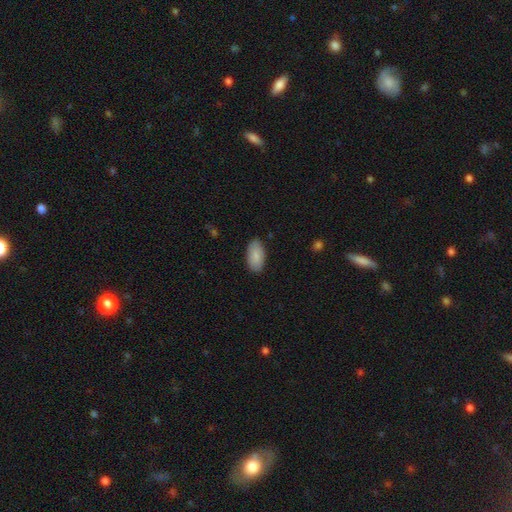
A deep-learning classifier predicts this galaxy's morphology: Overall: smooth (85%). How rounded: in between (95%). Merging: none (86%).